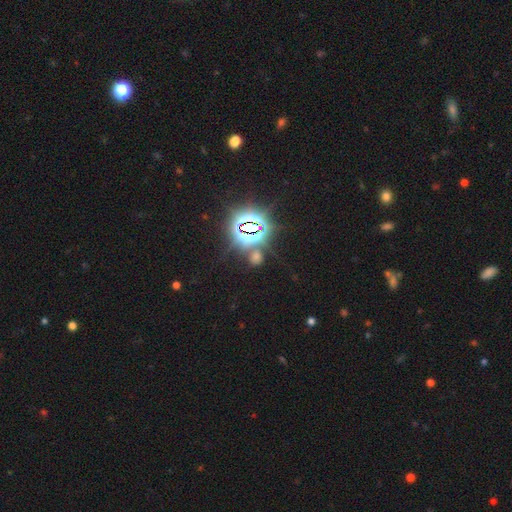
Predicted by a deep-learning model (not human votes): A star or artifact, not a galaxy (70%).

Vote fractions:
- Smooth or featured? star or artifact: 70% / smooth: 23% / featured or disk: 7%